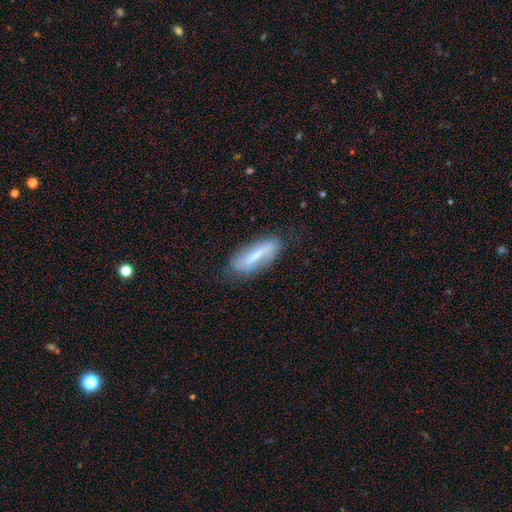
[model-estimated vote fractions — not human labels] smooth_or_featured: smooth (p=0.50) [alt: featured or disk p=0.42]
merging: none (p=0.73) [alt: minor disturbance p=0.19]